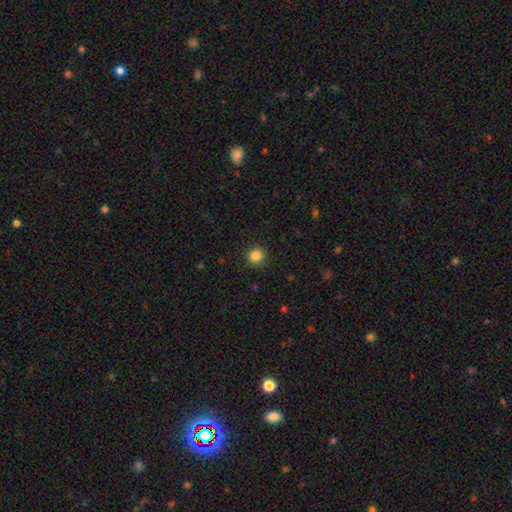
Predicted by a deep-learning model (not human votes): Q: Smooth or featured?
A: smooth (85%); runner-up: star or artifact (11%)
Q: How rounded?
A: round (91%); runner-up: in between (8%)
Q: Merging?
A: none (92%); runner-up: minor disturbance (6%)